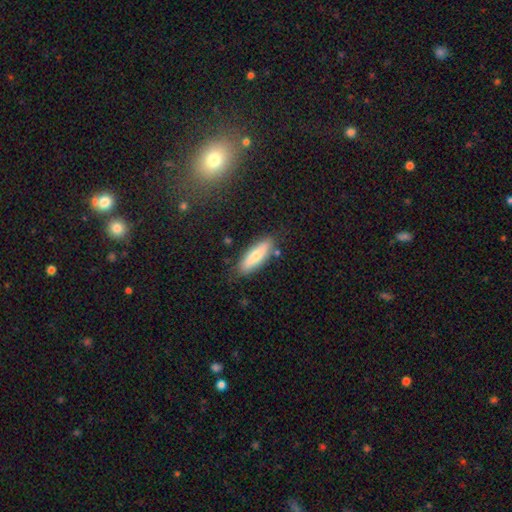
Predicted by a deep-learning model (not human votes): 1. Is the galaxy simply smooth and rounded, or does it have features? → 69% smooth, 25% featured or disk, 6% star or artifact.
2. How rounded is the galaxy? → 53% in between, 45% cigar-shaped, 2% round.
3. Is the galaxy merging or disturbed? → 81% none, 13% minor disturbance, 3% major disturbance, 3% merger.